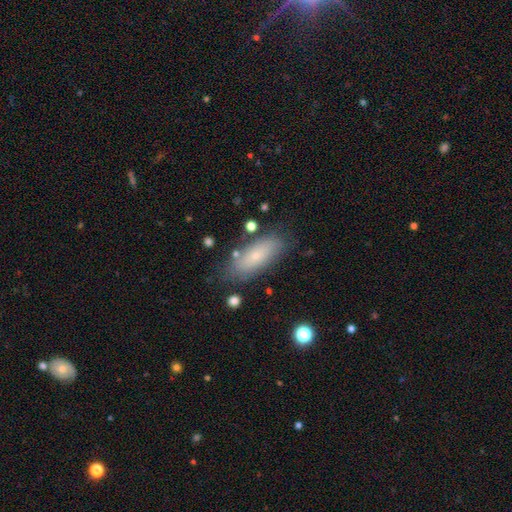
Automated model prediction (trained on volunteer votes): Overall: smooth (65%; featured or disk 27%). How rounded: in between (73%). Merging: none (77%).